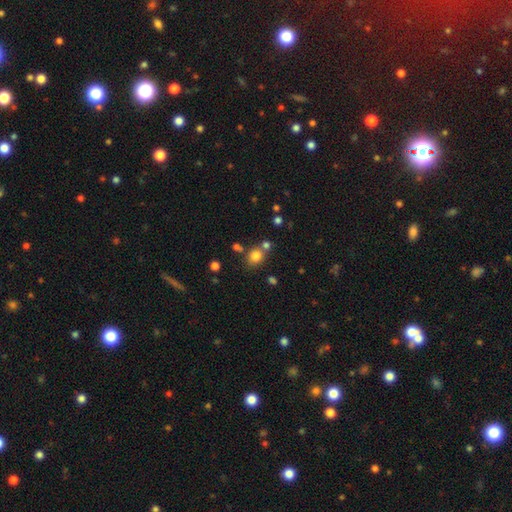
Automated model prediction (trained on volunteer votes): Smooth or featured?
  - smooth: 79% *
  - star or artifact: 14%
  - featured or disk: 7%
How rounded?
  - round: 70% *
  - in between: 29%
  - cigar-shaped: 1%
Merging?
  - none: 66% *
  - merger: 19%
  - minor disturbance: 11%
  - major disturbance: 4%